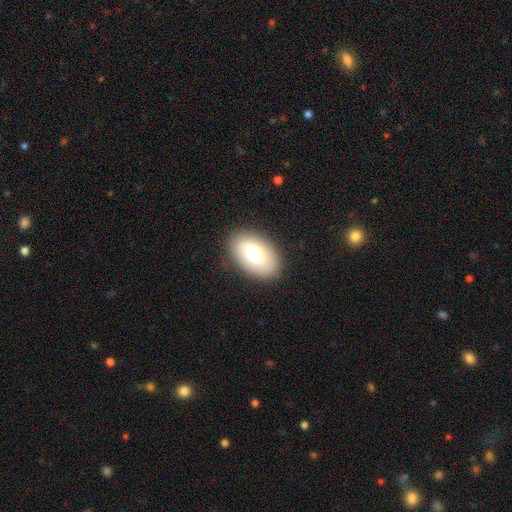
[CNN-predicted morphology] This appears to be a smooth galaxy with no disk features (72%) that is in between round and cigar-shaped (91%). Merging: none (85%).